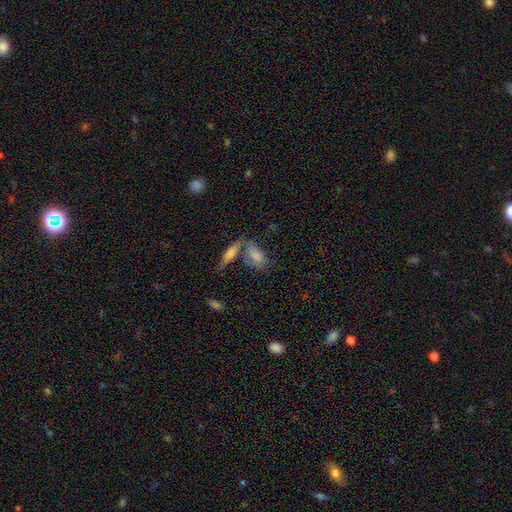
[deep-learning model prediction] Overall: smooth (78%). How rounded: in between (83%). Merging: none (43%; merger 36%).